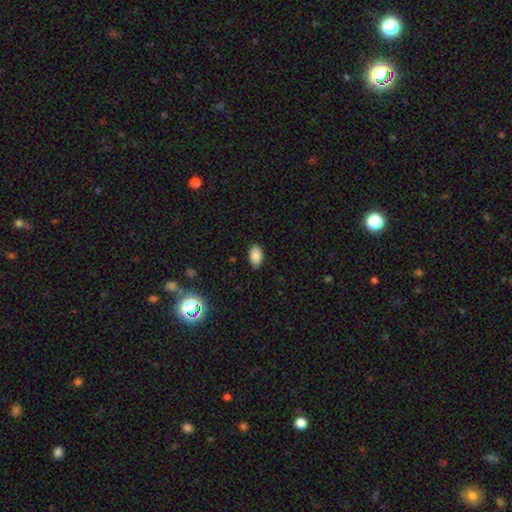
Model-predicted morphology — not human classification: type=smooth (87%); roundness=in between (94%); merging=none (87%).